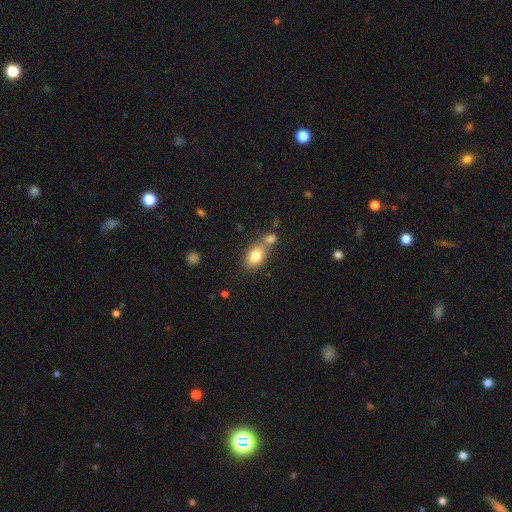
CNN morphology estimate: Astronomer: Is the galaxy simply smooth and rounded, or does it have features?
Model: smooth — 79%.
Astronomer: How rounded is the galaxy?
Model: in between — 79%.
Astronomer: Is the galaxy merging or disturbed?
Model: none — 46% (runner-up: merger, 38%).